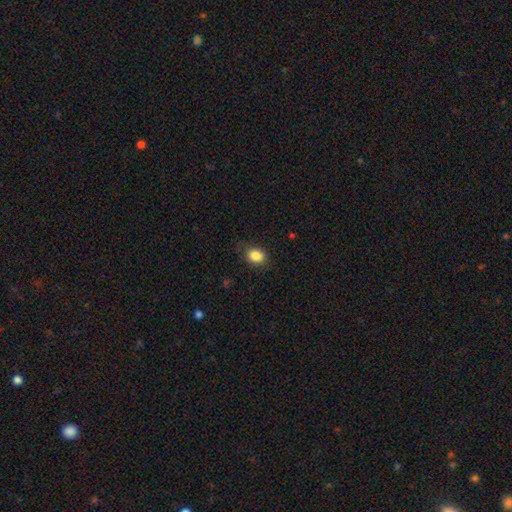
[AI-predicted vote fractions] Overall: smooth (86%). How rounded: in between (56%; round 43%). Merging: none (80%).